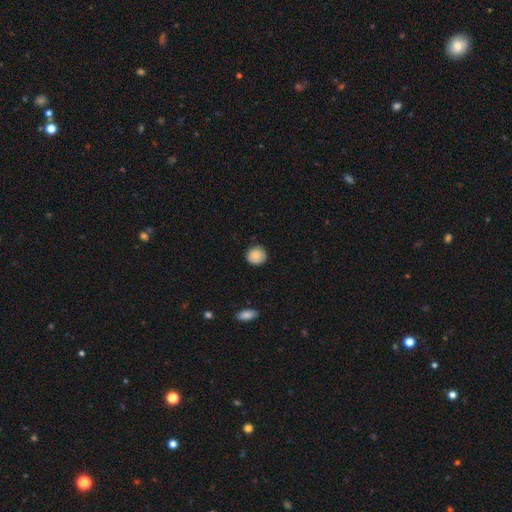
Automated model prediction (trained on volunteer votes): A smooth galaxy with no disk features (83%) that is round (90%). Merging: none (84%).